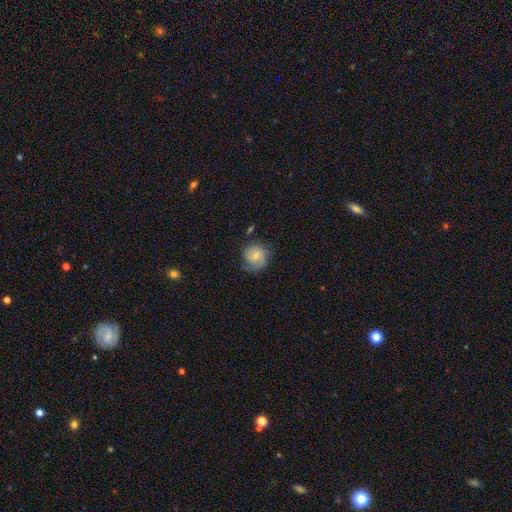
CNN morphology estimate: A smooth galaxy with no disk features (48%).

Vote fractions:
- Smooth or featured? smooth: 48% / featured or disk: 45% / star or artifact: 8%
- Merging? none: 64% / minor disturbance: 24% / major disturbance: 10% / merger: 2%